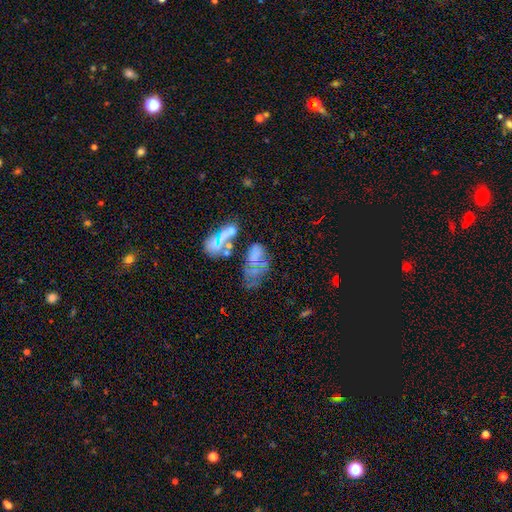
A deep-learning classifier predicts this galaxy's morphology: Overall: smooth (47%; featured or disk 28%). Merging: merger (30%, tied with none).